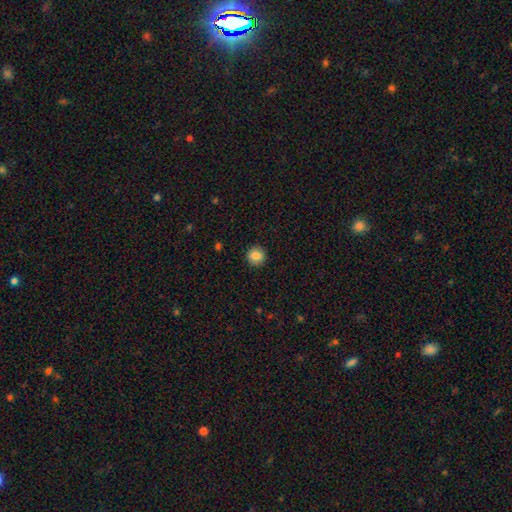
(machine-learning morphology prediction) smooth-or-featured: smooth: 86% | star or artifact: 9% | featured or disk: 5%
  how-rounded: round: 93% | in between: 6% | cigar-shaped: 1%
  merging: none: 92% | minor disturbance: 5% | major disturbance: 2% | merger: 1%